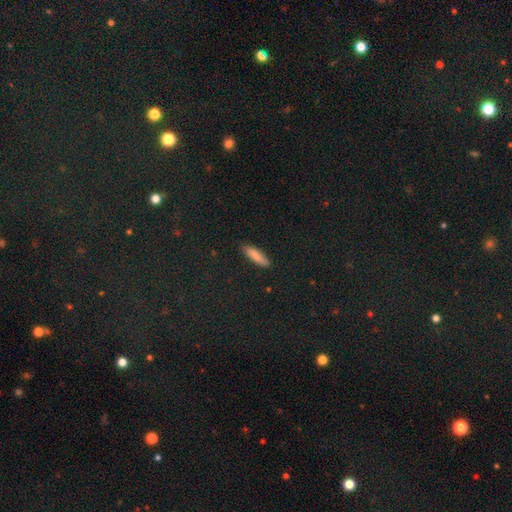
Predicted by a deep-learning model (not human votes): A smooth galaxy with no disk features (84%) that is cigar-shaped (72%).

Vote fractions:
- Smooth or featured? smooth: 84% / featured or disk: 9% / star or artifact: 7%
- How rounded? cigar-shaped: 72% / in between: 27% / round: 2%
- Merging? none: 87% / minor disturbance: 9% / major disturbance: 2% / merger: 1%